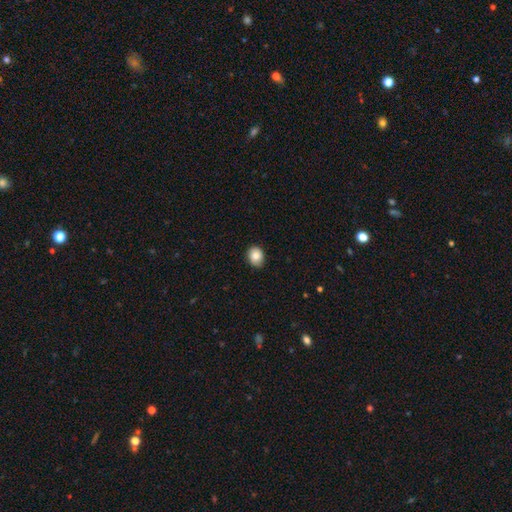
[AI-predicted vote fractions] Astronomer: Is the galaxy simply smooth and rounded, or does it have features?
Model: smooth — 84%.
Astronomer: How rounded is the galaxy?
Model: in between — 51% (runner-up: round, 48%).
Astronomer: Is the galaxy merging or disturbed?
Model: none — 87%.